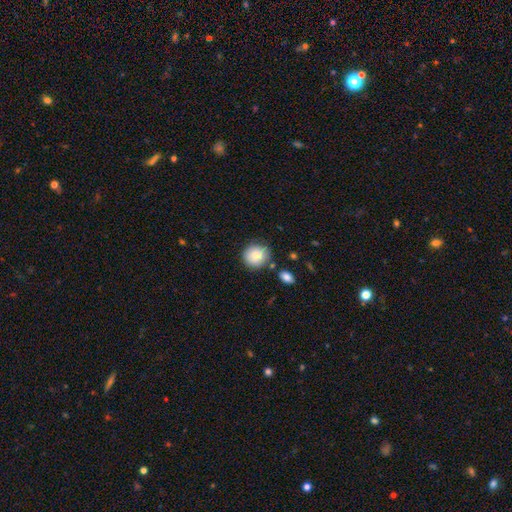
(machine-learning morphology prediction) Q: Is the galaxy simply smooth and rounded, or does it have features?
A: smooth — 87%.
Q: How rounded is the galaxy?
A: round — 87%.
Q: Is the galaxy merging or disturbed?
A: none — 80%.